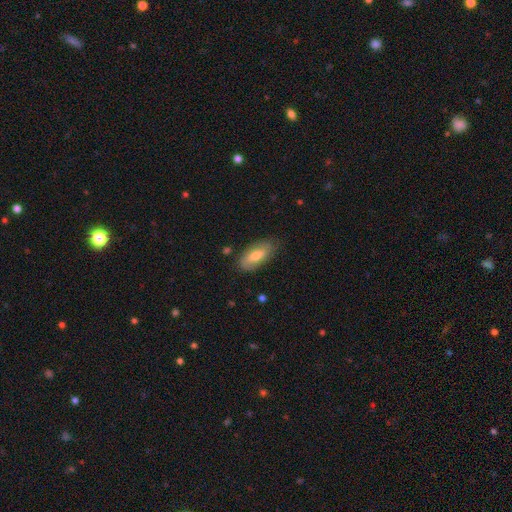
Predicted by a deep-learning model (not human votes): This appears to be a smooth galaxy with no disk features (59%) that is in between round and cigar-shaped (87%). Merging: none (77%).